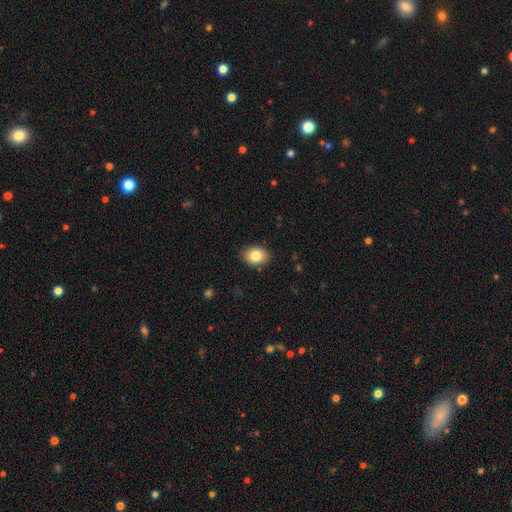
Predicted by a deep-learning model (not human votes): Overall: smooth (82%). How rounded: in between (72%). Merging: none (88%).